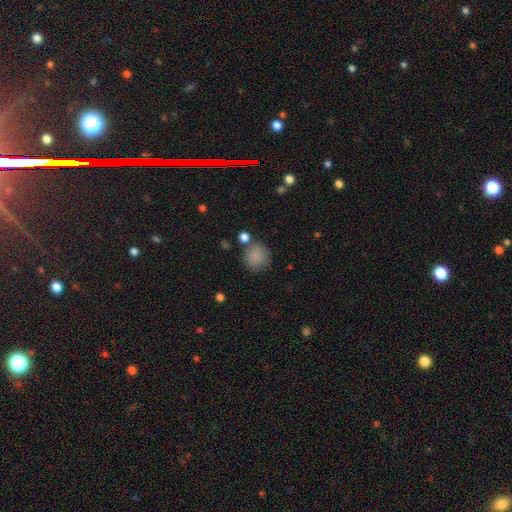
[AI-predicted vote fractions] This is clearly a smooth galaxy (85%). How rounded: clearly round (91%). Merging: likely none (74%).